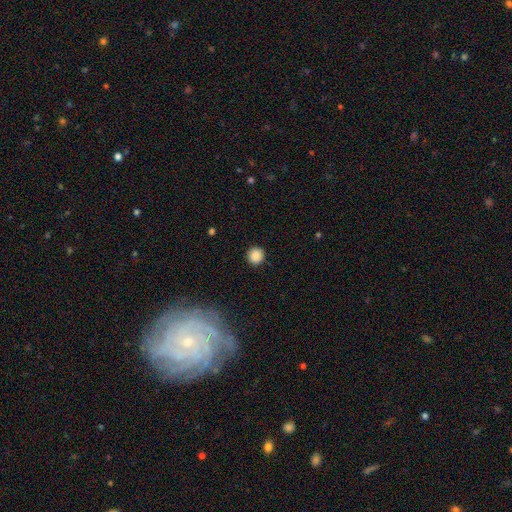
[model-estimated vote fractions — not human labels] The model was most divided on "smooth or featured": smooth: 87%, star or artifact: 10%, featured or disk: 3%. More confident: how rounded — round (94%); merging — none (91%).